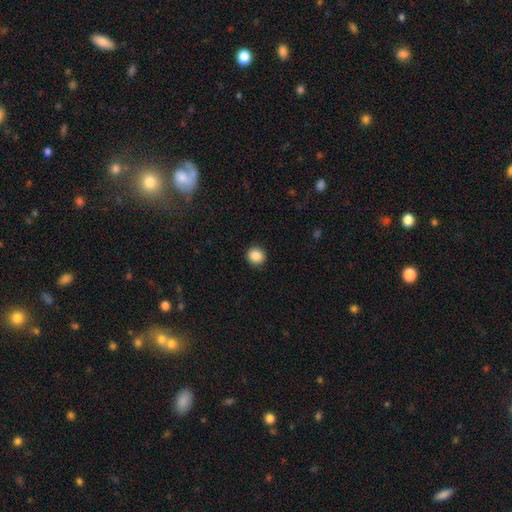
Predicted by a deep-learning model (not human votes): Overall: smooth (88%). How rounded: round (89%). Merging: none (92%).